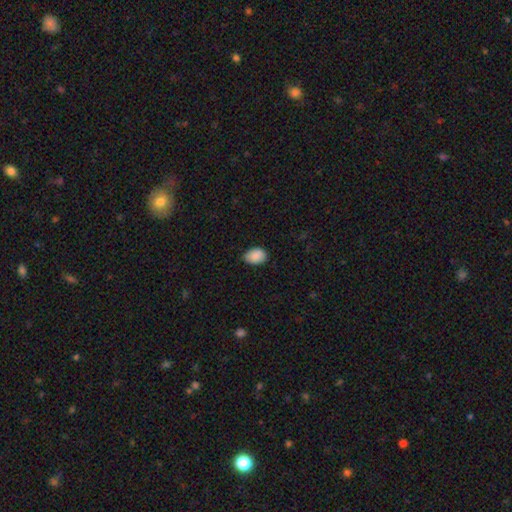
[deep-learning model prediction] Smooth or featured? smooth (89%)
How rounded? in between (83%)
Merging? none (76%)